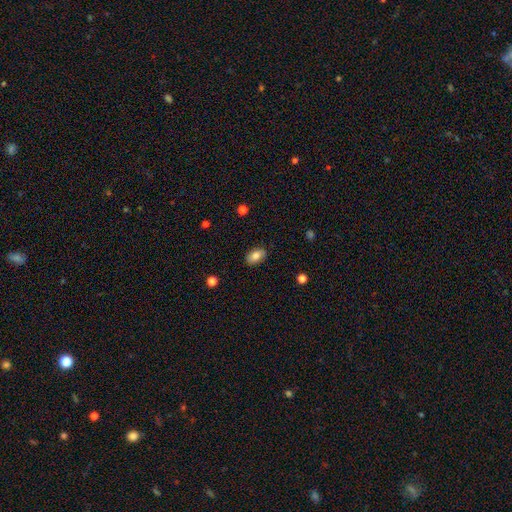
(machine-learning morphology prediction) Smooth or featured?
  - smooth: 81% *
  - featured or disk: 11%
  - star or artifact: 8%
How rounded?
  - in between: 90% *
  - round: 8%
  - cigar-shaped: 2%
Merging?
  - none: 88% *
  - minor disturbance: 9%
  - major disturbance: 2%
  - merger: 1%